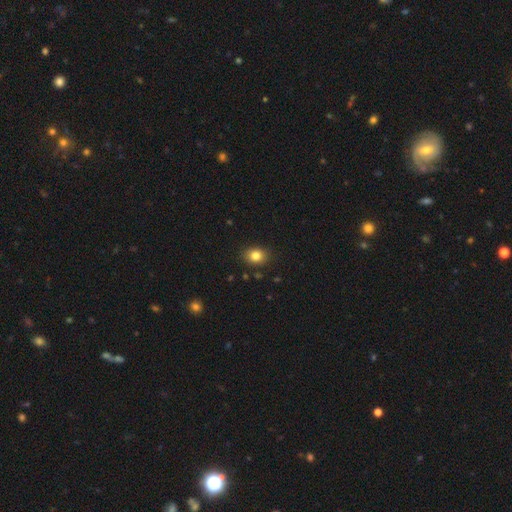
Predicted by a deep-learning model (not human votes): smooth 83%, star or artifact 11%, featured or disk 6%. Down the decision tree: how rounded — in between (52%); merging — none (87%).